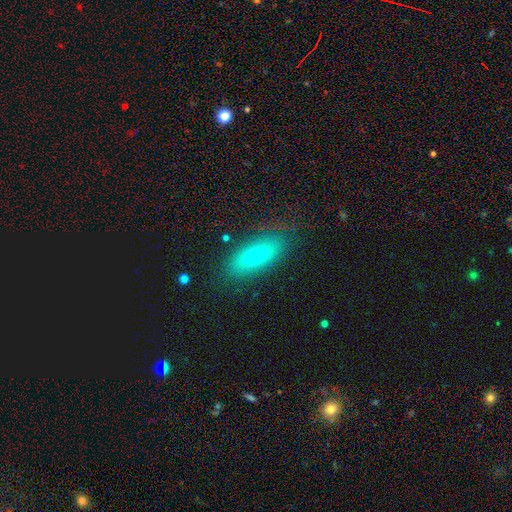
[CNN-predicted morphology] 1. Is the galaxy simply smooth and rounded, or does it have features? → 63% smooth, 28% featured or disk, 9% star or artifact.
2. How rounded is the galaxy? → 65% in between, 31% cigar-shaped, 4% round.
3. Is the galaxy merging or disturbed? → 82% none, 13% minor disturbance, 4% major disturbance, 1% merger.